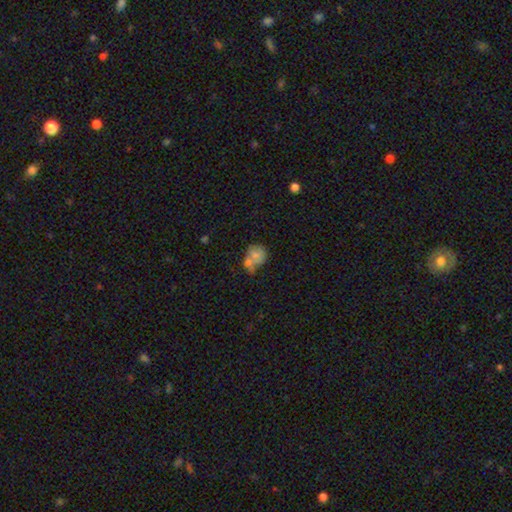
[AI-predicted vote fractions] Smooth or featured? Predicted: smooth (p=0.67). How rounded? Predicted: round (p=0.62). Merging? Predicted: merger (p=0.48).